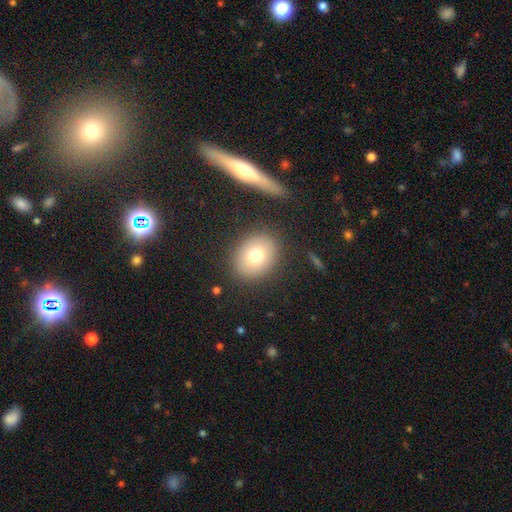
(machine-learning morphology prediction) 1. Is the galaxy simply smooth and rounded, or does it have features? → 74% smooth, 15% featured or disk, 11% star or artifact.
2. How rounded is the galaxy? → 55% round, 44% in between, 1% cigar-shaped.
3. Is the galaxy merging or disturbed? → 86% none, 9% minor disturbance, 4% major disturbance, 2% merger.